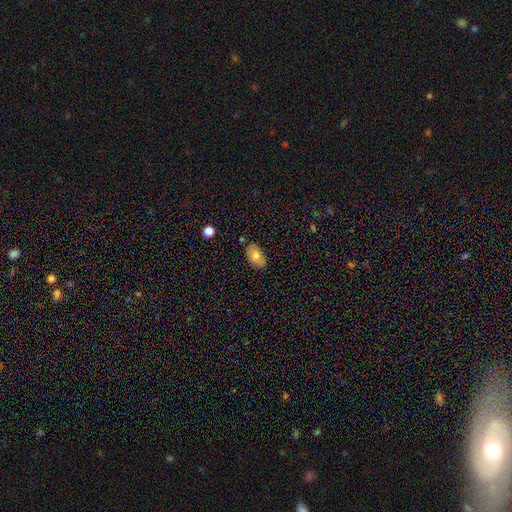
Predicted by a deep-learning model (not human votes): smooth-or-featured: smooth: 74% | featured or disk: 18% | star or artifact: 8%
  how-rounded: in between: 89% | round: 9% | cigar-shaped: 1%
  merging: none: 83% | minor disturbance: 13% | major disturbance: 2% | merger: 2%